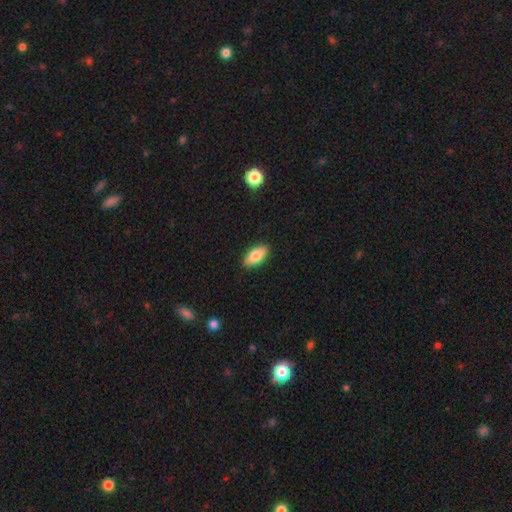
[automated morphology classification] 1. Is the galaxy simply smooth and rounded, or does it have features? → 81% smooth, 12% featured or disk, 7% star or artifact.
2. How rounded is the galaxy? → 88% in between, 9% cigar-shaped, 3% round.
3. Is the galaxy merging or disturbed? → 89% none, 8% minor disturbance, 2% major disturbance, 1% merger.